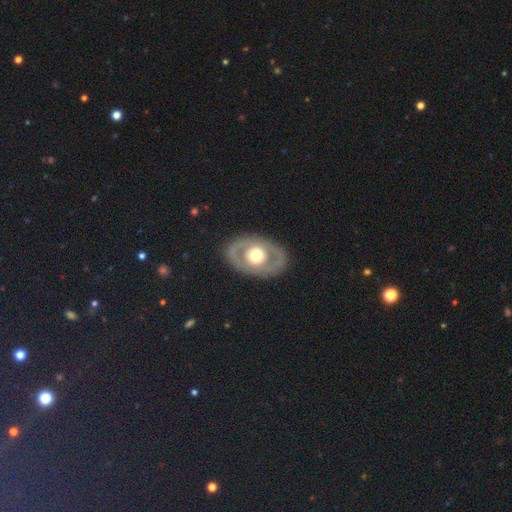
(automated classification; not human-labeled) Morphology: type=featured or disk (62%); edge-on=no (92%); bar=no (86%); spiral arms=no (79%); bulge=moderate (57%); merging=none (84%).